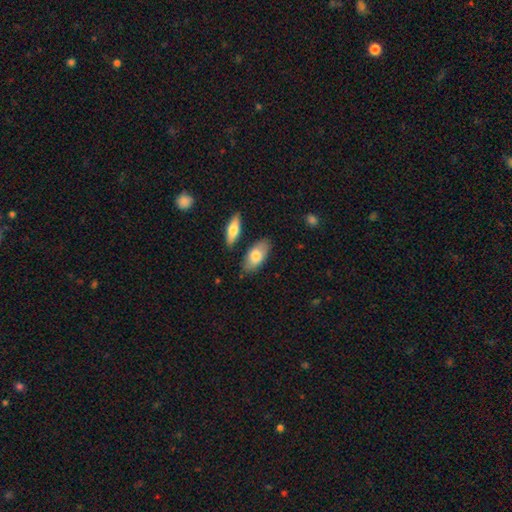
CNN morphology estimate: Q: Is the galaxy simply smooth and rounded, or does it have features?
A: smooth — 75%.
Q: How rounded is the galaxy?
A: in between — 89%.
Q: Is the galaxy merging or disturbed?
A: none — 77%.